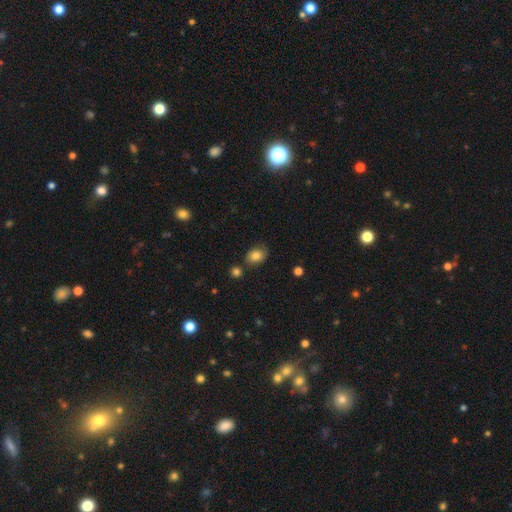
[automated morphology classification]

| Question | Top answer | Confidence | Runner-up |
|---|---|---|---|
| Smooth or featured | smooth | 82% | star or artifact (10%) |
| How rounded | in between | 66% | round (33%) |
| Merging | none | 74% | minor disturbance (16%) |